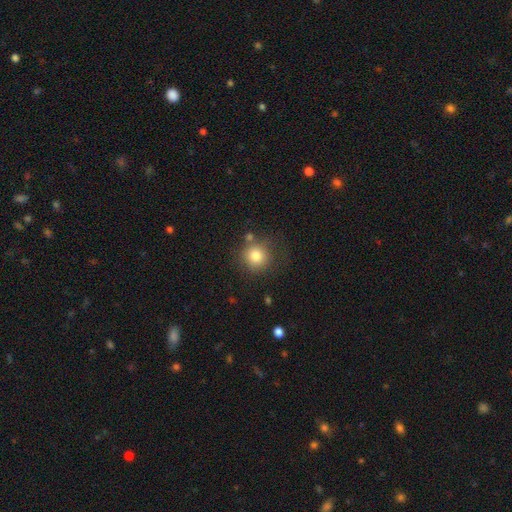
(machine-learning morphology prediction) Q: Smooth or featured?
A: smooth (80%); runner-up: star or artifact (11%)
Q: How rounded?
A: round (92%); runner-up: in between (7%)
Q: Merging?
A: none (72%); runner-up: minor disturbance (13%)